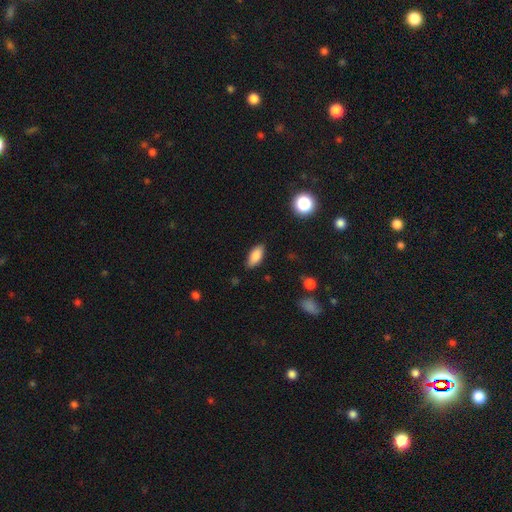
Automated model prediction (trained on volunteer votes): smooth 85%, star or artifact 8%, featured or disk 7%. Down the decision tree: how rounded — in between (87%); merging — none (84%).